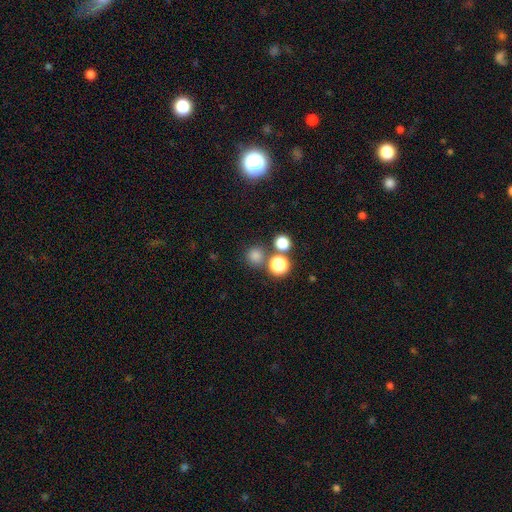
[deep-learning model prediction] Morphology: type=smooth (76%); roundness=round (92%); merging=none (75%).